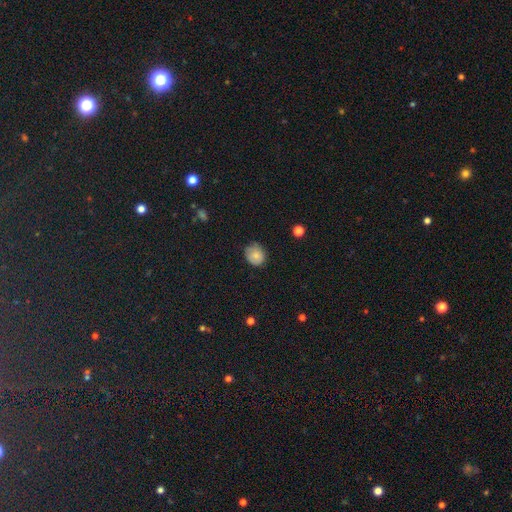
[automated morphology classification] smooth-or-featured: smooth: 77% | featured or disk: 13% | star or artifact: 10%
  how-rounded: round: 75% | in between: 25% | cigar-shaped: 1%
  merging: none: 69% | minor disturbance: 25% | major disturbance: 5% | merger: 1%